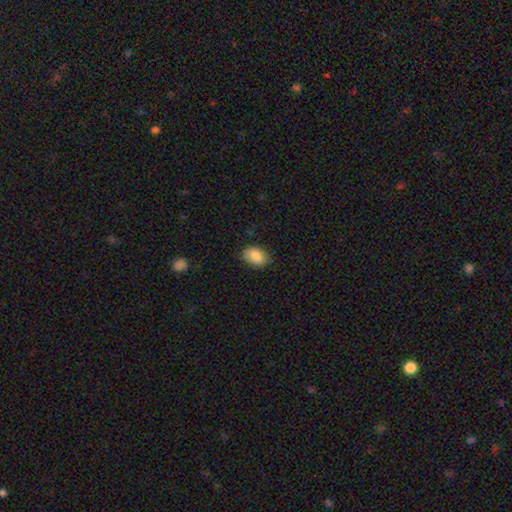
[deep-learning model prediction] Smooth or featured: smooth — 86% (star or artifact — 7%)
How rounded: in between — 85% (round — 14%)
Merging: none — 79% (minor disturbance — 16%)